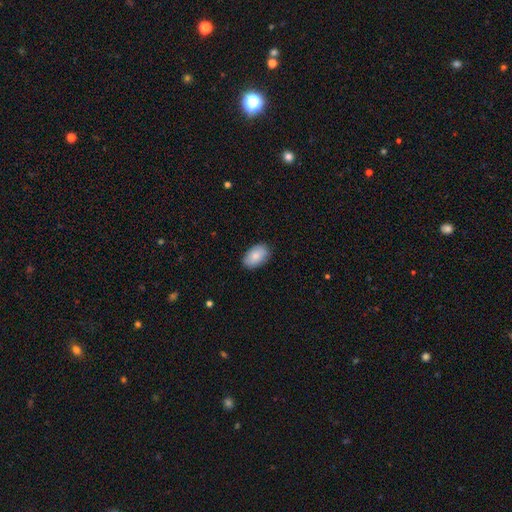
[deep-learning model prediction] smooth_or_featured: smooth (p=0.83) [alt: featured or disk p=0.11]
how_rounded: in between (p=0.92) [alt: round p=0.07]
merging: none (p=0.84) [alt: minor disturbance p=0.13]